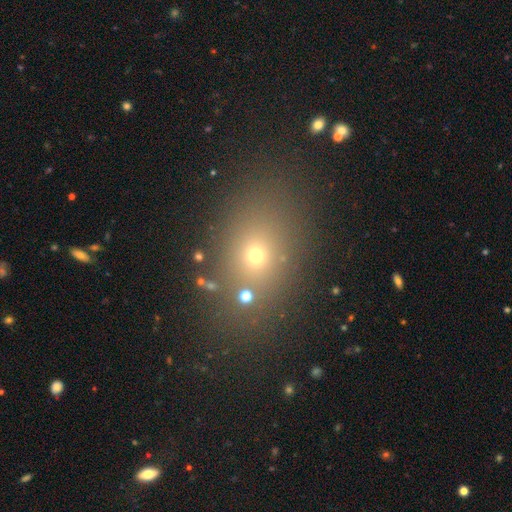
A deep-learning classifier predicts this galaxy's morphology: type=smooth (60%); roundness=in between (60%); merging=none (80%).